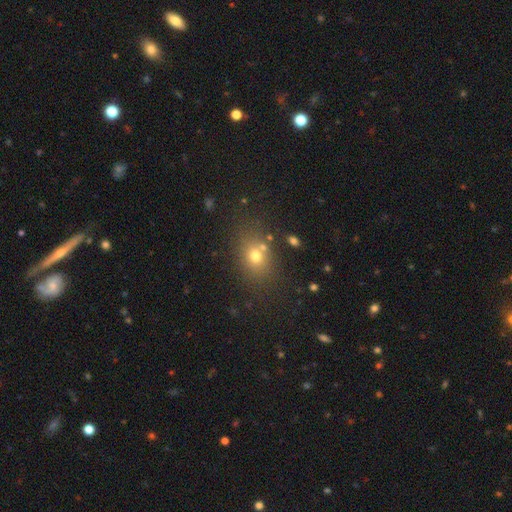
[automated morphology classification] Smooth or featured? smooth (67%)
How rounded? in between (52%)
Merging? none (73%)